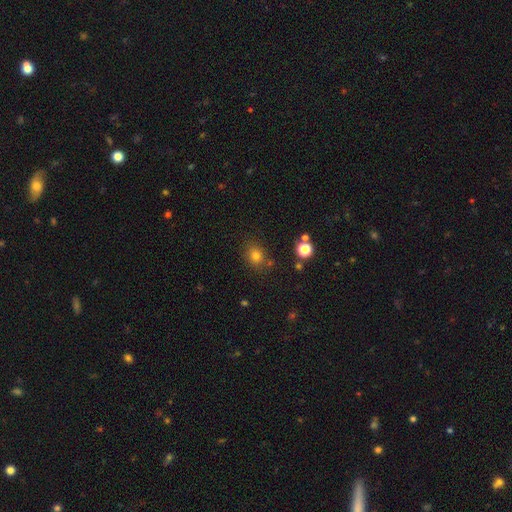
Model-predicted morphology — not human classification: This is likely a smooth galaxy (77%). How rounded: possibly round (56%). Merging: likely none (79%).